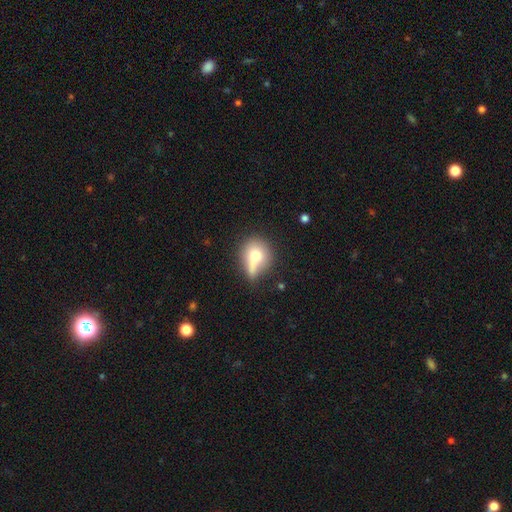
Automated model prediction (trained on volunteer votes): smooth-or-featured: smooth: 66% | featured or disk: 23% | star or artifact: 11%
  how-rounded: round: 73% | in between: 25% | cigar-shaped: 3%
  merging: none: 41% | minor disturbance: 23% | merger: 20% | major disturbance: 16%